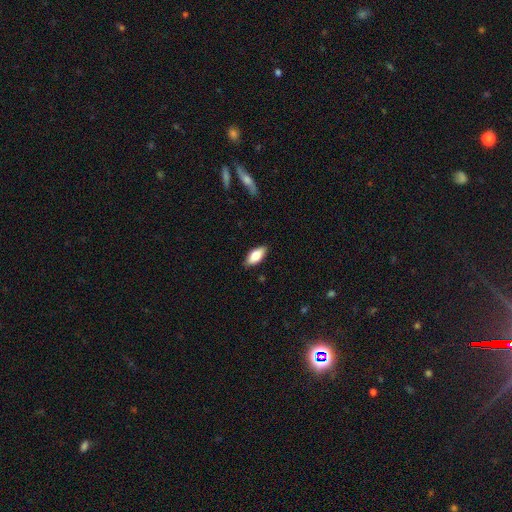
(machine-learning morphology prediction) A smooth galaxy with no disk features (76%) that is in between round and cigar-shaped (87%).

Vote fractions:
- Smooth or featured? smooth: 76% / featured or disk: 17% / star or artifact: 6%
- How rounded? in between: 87% / cigar-shaped: 10% / round: 3%
- Merging? none: 86% / minor disturbance: 11% / major disturbance: 2% / merger: 1%